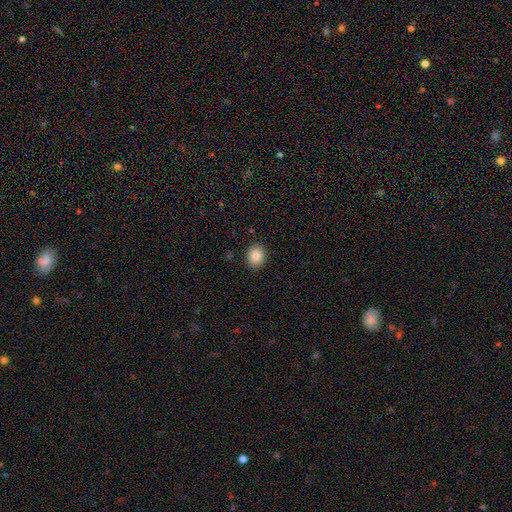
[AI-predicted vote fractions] Smooth or featured? smooth (85%)
How rounded? round (70%)
Merging? none (90%)